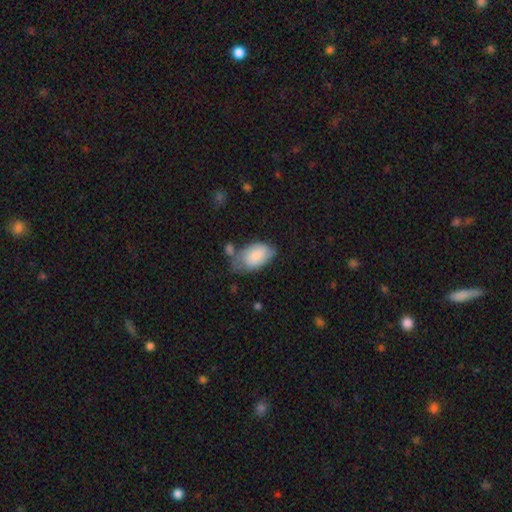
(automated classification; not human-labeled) This is likely a smooth galaxy (79%). How rounded: clearly in between (93%). Merging: possibly none (45%).